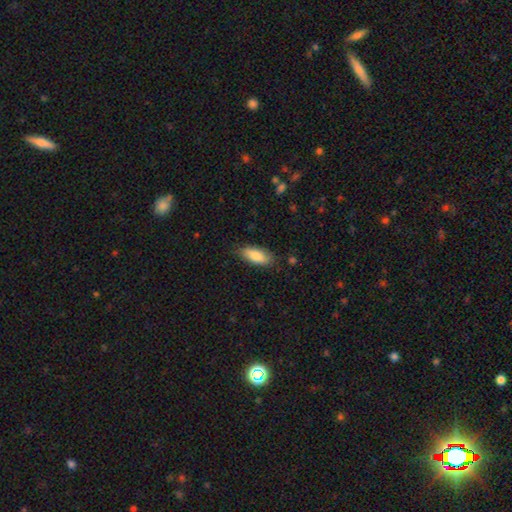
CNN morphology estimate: A smooth galaxy with no disk features (83%) that is in between round and cigar-shaped (80%).

Vote fractions:
- Smooth or featured? smooth: 83% / featured or disk: 11% / star or artifact: 6%
- How rounded? in between: 80% / cigar-shaped: 18% / round: 2%
- Merging? none: 81% / minor disturbance: 15% / major disturbance: 3% / merger: 1%